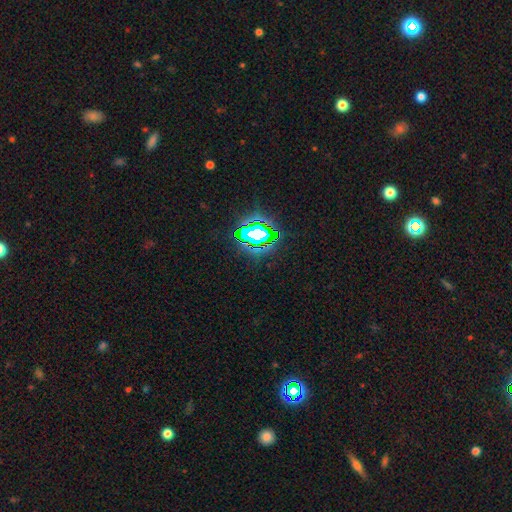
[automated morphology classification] The model was most divided on "smooth or featured": star or artifact: 75%, smooth: 17%, featured or disk: 8%.